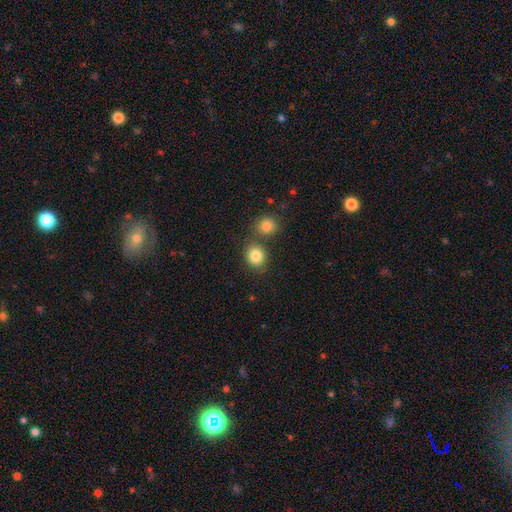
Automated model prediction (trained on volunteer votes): Smooth or featured? smooth (84%)
How rounded? round (72%)
Merging? none (64%)